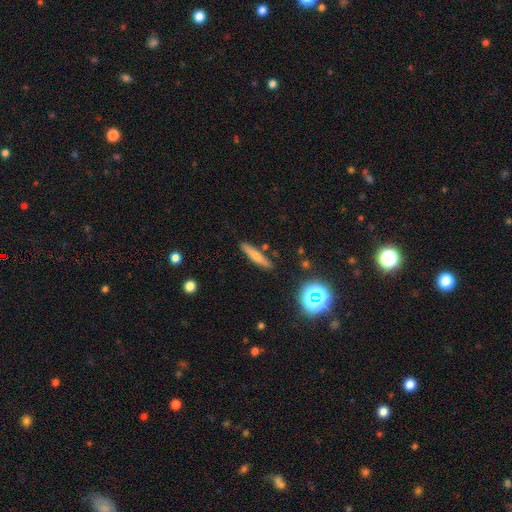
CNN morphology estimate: type=smooth (59%); roundness=cigar-shaped (85%); merging=none (85%).